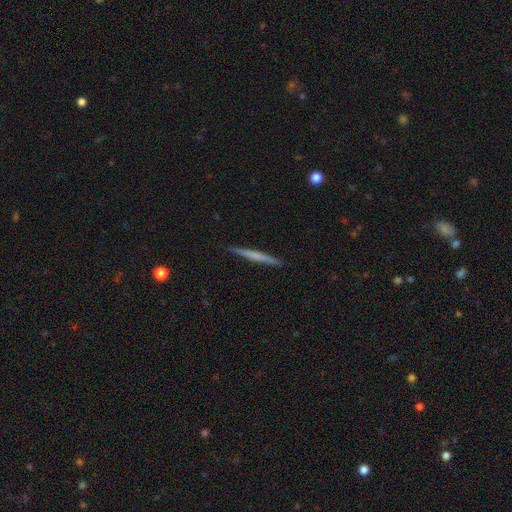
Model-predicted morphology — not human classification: type=featured or disk (52%); edge-on=yes (98%); edge-on bulge=none (71%); merging=none (92%).